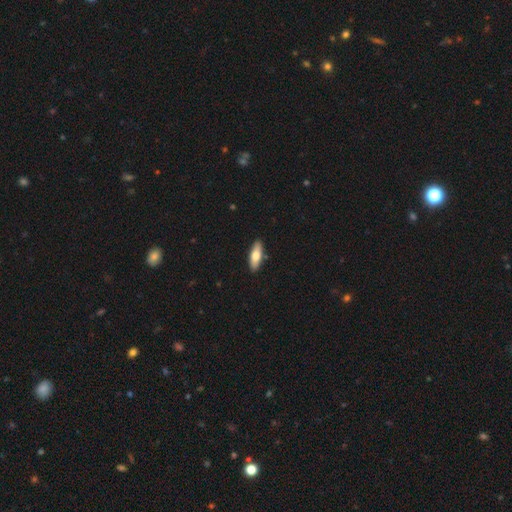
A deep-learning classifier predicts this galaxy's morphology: Smooth or featured?
  - smooth: 71% *
  - featured or disk: 23%
  - star or artifact: 6%
How rounded?
  - in between: 63% *
  - cigar-shaped: 35%
  - round: 2%
Merging?
  - none: 89% *
  - minor disturbance: 8%
  - merger: 2%
  - major disturbance: 2%